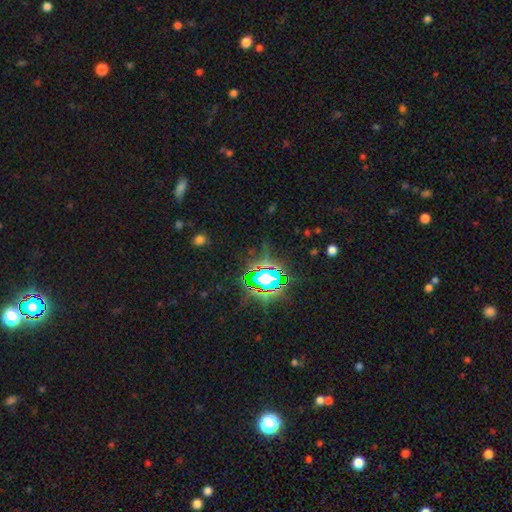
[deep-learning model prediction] Smooth or featured: star or artifact — 81% (smooth — 11%)